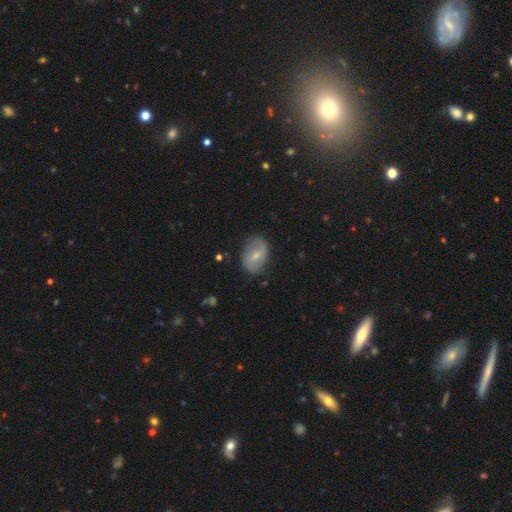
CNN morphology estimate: Overall: smooth (49%; featured or disk 43%). Merging: none (73%).